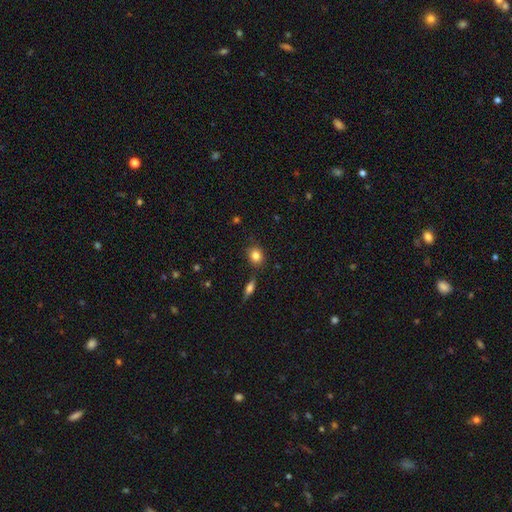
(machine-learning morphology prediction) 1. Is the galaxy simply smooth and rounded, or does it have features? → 83% smooth, 9% star or artifact, 8% featured or disk.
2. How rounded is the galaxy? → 60% round, 38% in between, 2% cigar-shaped.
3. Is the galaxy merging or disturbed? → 77% none, 14% minor disturbance, 6% merger, 3% major disturbance.